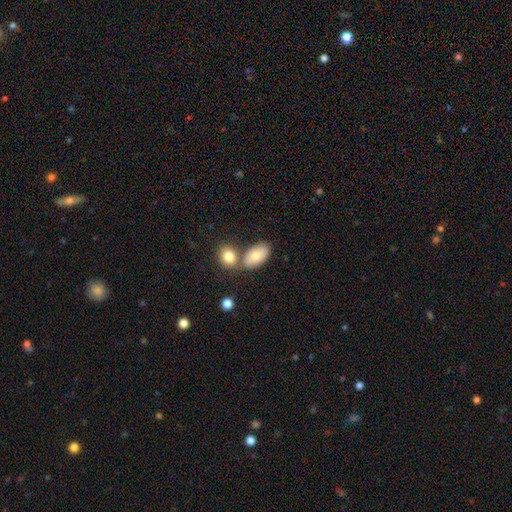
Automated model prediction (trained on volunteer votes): Smooth or featured: smooth — 79% (featured or disk — 14%)
How rounded: in between — 92% (round — 6%)
Merging: none — 56% (merger — 29%)